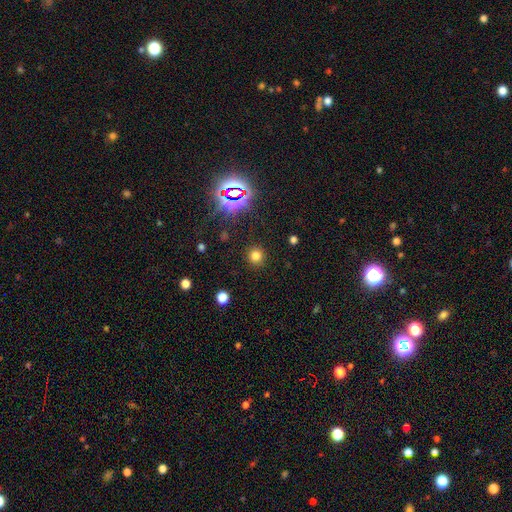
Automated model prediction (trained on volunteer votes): This is likely a smooth galaxy (74%). How rounded: clearly round (92%). Merging: clearly none (90%).